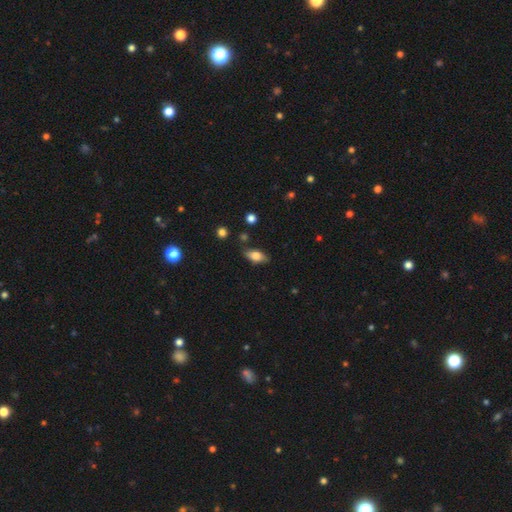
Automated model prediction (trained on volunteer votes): smooth-or-featured: smooth: 72% | featured or disk: 20% | star or artifact: 8%
  how-rounded: in between: 84% | cigar-shaped: 11% | round: 5%
  merging: none: 78% | minor disturbance: 16% | major disturbance: 3% | merger: 2%